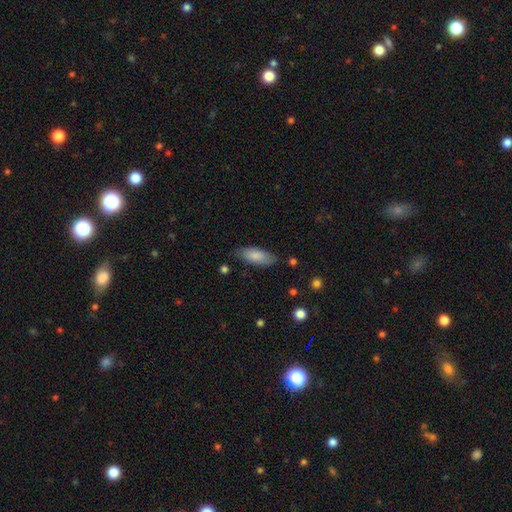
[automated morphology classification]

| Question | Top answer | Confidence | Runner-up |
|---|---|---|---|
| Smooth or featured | smooth | 85% | featured or disk (10%) |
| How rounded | in between | 78% | cigar-shaped (20%) |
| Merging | none | 80% | minor disturbance (15%) |